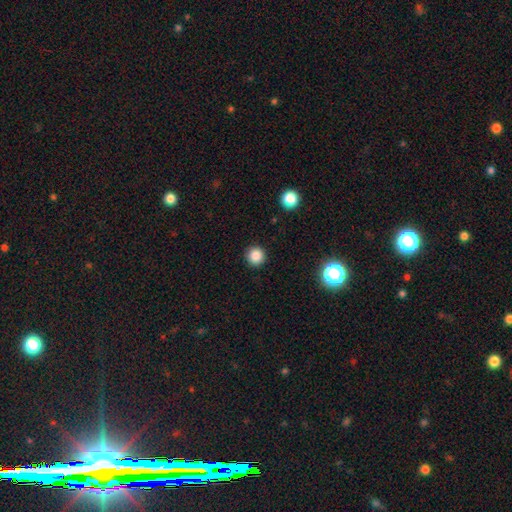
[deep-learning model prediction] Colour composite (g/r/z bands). It shows a smooth galaxy with no disk features (85%) that is round (95%). Merging: none (92%).